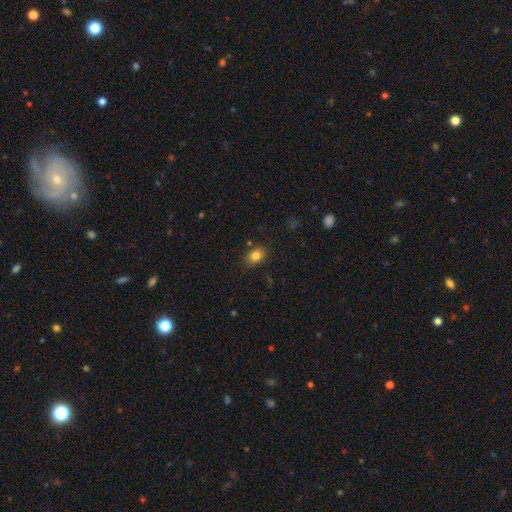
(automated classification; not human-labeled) Smooth or featured: smooth — 83% (star or artifact — 10%)
How rounded: in between — 68% (round — 31%)
Merging: none — 82% (minor disturbance — 12%)